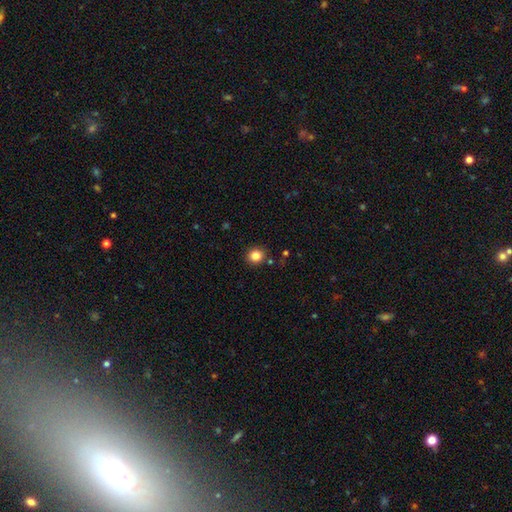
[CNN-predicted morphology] A smooth galaxy with no disk features (84%) that is round (86%).

Vote fractions:
- Smooth or featured? smooth: 84% / star or artifact: 11% / featured or disk: 5%
- How rounded? round: 86% / in between: 13% / cigar-shaped: 1%
- Merging? none: 88% / minor disturbance: 7% / merger: 2% / major disturbance: 2%